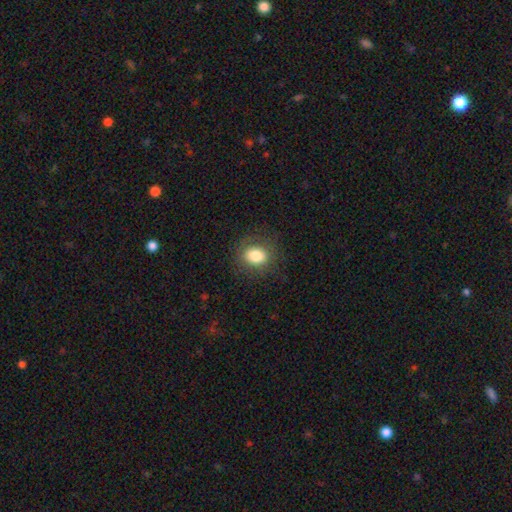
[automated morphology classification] Smooth or featured?
  - smooth: 81% *
  - star or artifact: 10%
  - featured or disk: 9%
How rounded?
  - round: 59% *
  - in between: 40%
  - cigar-shaped: 1%
Merging?
  - none: 83% *
  - minor disturbance: 11%
  - major disturbance: 5%
  - merger: 1%